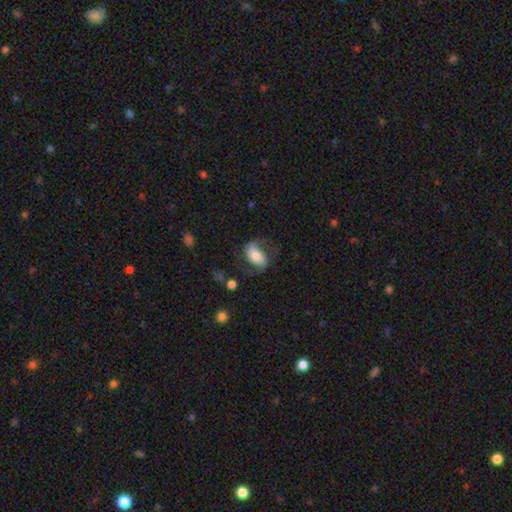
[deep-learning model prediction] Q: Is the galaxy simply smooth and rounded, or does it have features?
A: featured or disk — 61%.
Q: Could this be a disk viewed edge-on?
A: no — 94%.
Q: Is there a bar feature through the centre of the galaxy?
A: strong — 38%.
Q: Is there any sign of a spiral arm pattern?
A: yes — 87%.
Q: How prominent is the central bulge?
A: moderate — 54%.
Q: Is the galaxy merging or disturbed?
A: none — 62%.